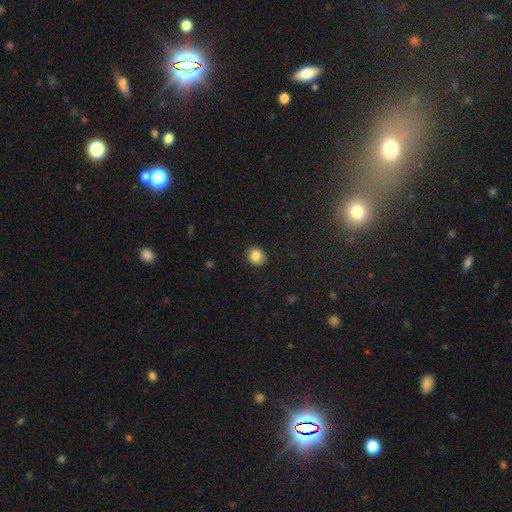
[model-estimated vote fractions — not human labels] Smooth or featured?
  - smooth: 85% *
  - star or artifact: 9%
  - featured or disk: 5%
How rounded?
  - round: 66% *
  - in between: 33%
  - cigar-shaped: 1%
Merging?
  - none: 89% *
  - minor disturbance: 8%
  - major disturbance: 2%
  - merger: 1%